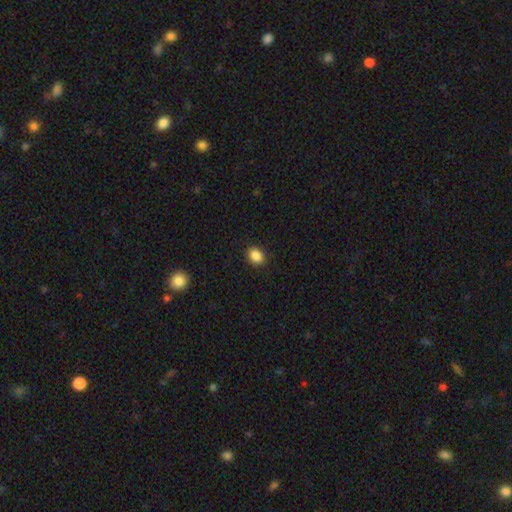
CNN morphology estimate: smooth_or_featured: smooth (p=0.88) [alt: star or artifact p=0.09]
how_rounded: in between (p=0.50) [alt: round p=0.49]
merging: none (p=0.90) [alt: minor disturbance p=0.07]